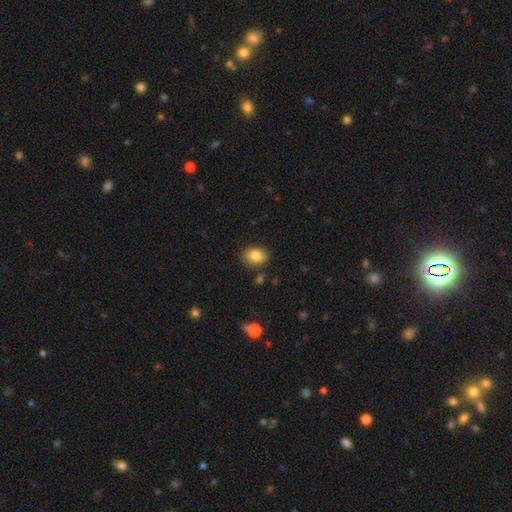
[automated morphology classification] Smooth or featured?
  - smooth: 84% *
  - star or artifact: 9%
  - featured or disk: 7%
How rounded?
  - in between: 68% *
  - round: 31%
  - cigar-shaped: 1%
Merging?
  - none: 83% *
  - minor disturbance: 12%
  - major disturbance: 3%
  - merger: 2%